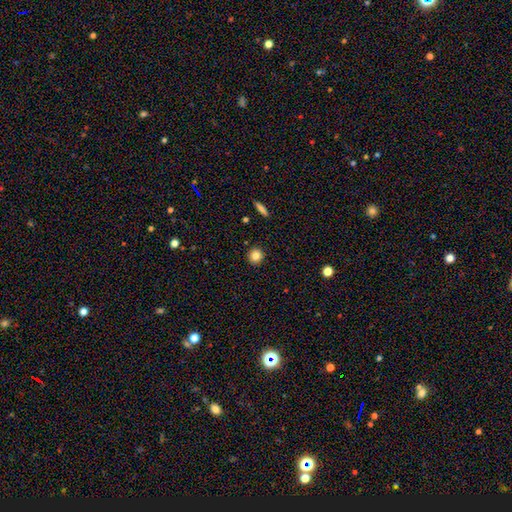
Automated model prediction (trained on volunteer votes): A smooth galaxy with no disk features (82%) that is round (93%). Merging: none (92%).